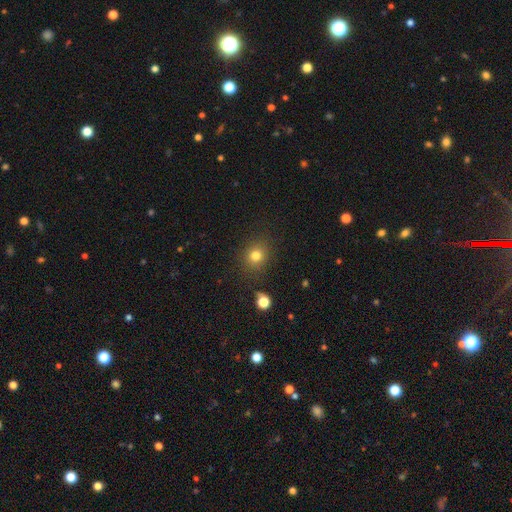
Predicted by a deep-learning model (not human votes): Morphology: type=smooth (79%); roundness=round (81%); merging=none (85%).